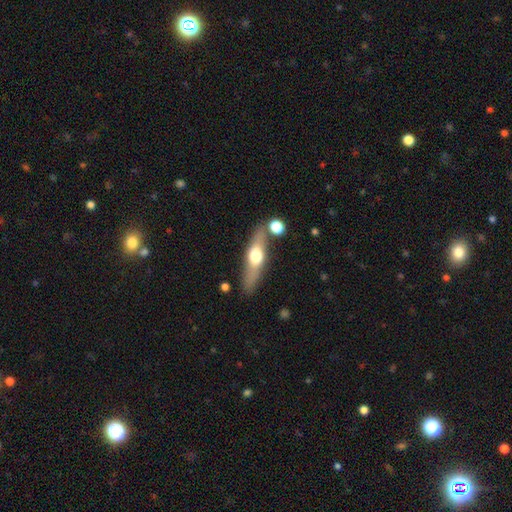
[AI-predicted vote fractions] A featured or disk galaxy (52%) viewed edge-on (87%). Merging: none (76%).